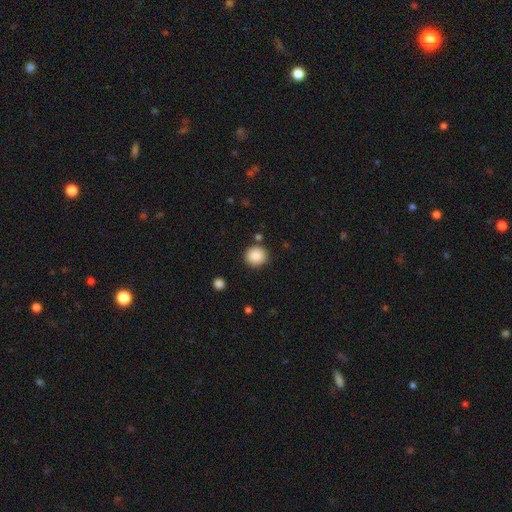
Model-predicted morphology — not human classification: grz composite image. It shows a smooth galaxy with no disk features (88%) that is round (92%). Merging: none (86%).